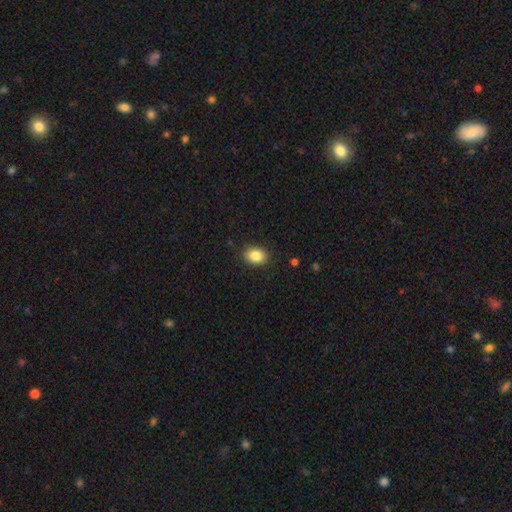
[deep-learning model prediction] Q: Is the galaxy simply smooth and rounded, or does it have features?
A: smooth — 86%.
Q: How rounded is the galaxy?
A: in between — 68%.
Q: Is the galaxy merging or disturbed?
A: none — 89%.